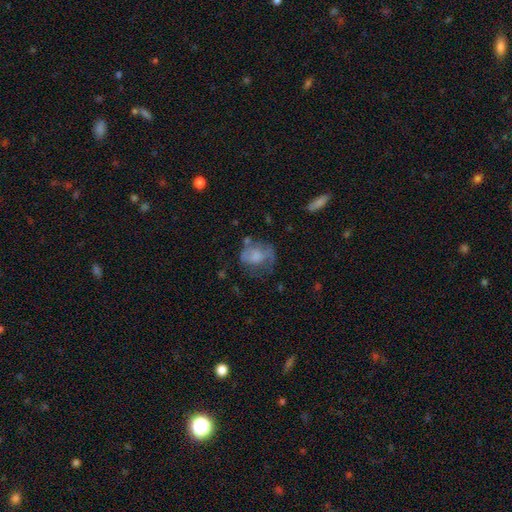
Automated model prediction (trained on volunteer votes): Morphology: type=smooth (52%); roundness=in between (50%); merging=none (35%).